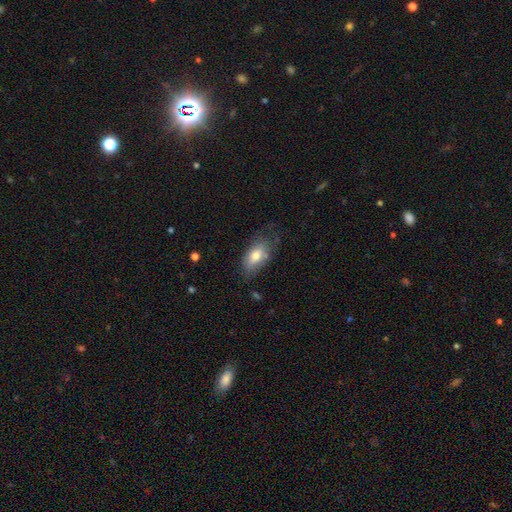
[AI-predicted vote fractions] Smooth or featured?
  - smooth: 75% *
  - featured or disk: 18%
  - star or artifact: 7%
How rounded?
  - in between: 91% *
  - round: 5%
  - cigar-shaped: 4%
Merging?
  - none: 54% *
  - minor disturbance: 29%
  - major disturbance: 14%
  - merger: 3%